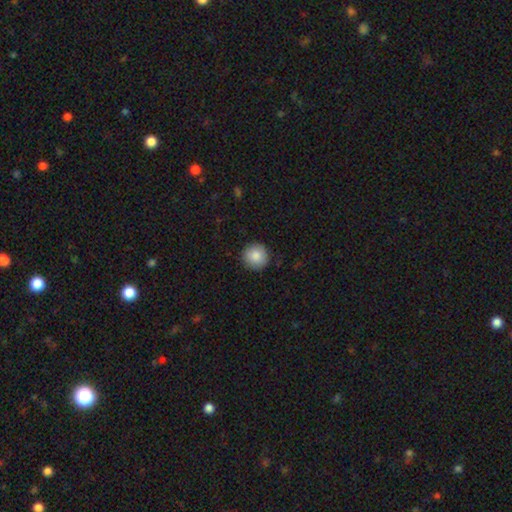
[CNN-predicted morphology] Smooth or featured?
  - smooth: 88% *
  - star or artifact: 8%
  - featured or disk: 5%
How rounded?
  - round: 95% *
  - in between: 4%
  - cigar-shaped: 1%
Merging?
  - none: 91% *
  - minor disturbance: 6%
  - major disturbance: 2%
  - merger: 1%